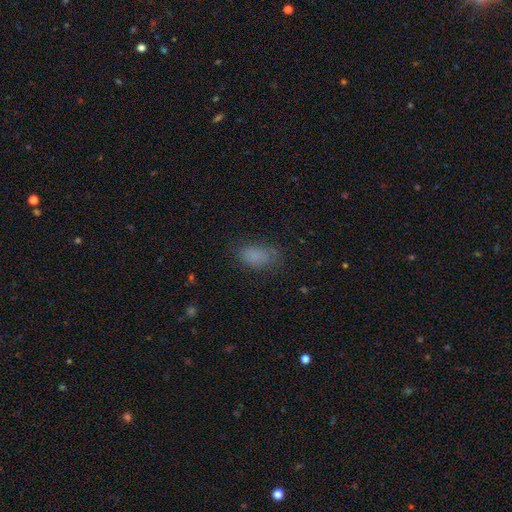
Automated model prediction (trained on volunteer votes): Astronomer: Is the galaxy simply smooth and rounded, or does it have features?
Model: smooth — 82%.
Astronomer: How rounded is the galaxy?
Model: in between — 89%.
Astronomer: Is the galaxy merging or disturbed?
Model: none — 71%.